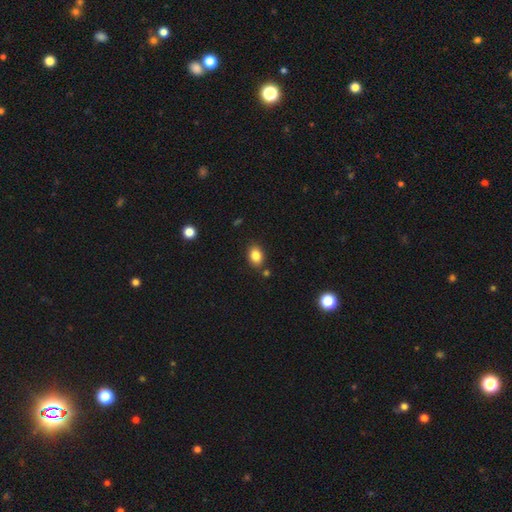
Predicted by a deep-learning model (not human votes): This appears to be a smooth galaxy with no disk features (84%) that is in between round and cigar-shaped (72%). Merging: none (82%).